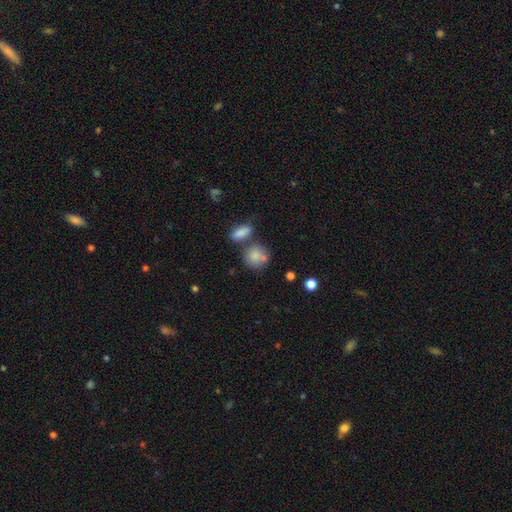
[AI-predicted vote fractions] smooth-or-featured: smooth: 81% | featured or disk: 10% | star or artifact: 9%
  how-rounded: round: 78% | in between: 20% | cigar-shaped: 2%
  merging: none: 53% | merger: 28% | minor disturbance: 13% | major disturbance: 5%